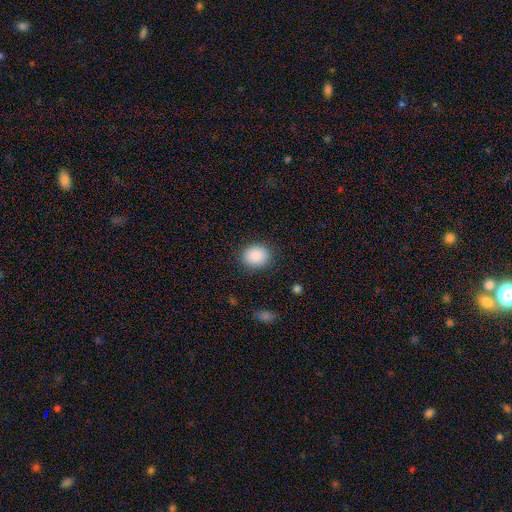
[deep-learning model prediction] Overall: smooth (89%). How rounded: round (58%; in between 41%). Merging: none (87%).